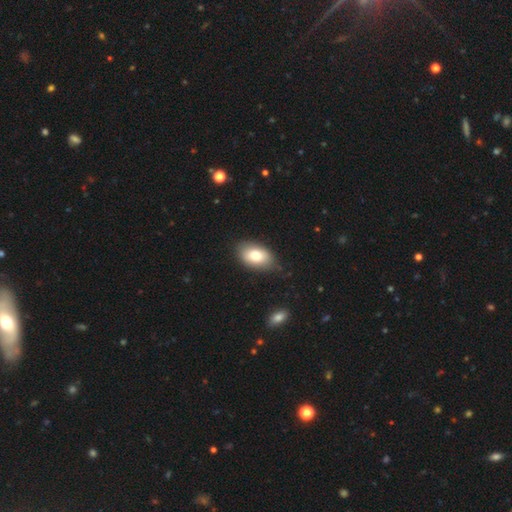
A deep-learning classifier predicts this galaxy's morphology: Smooth or featured?
  - smooth: 77% *
  - featured or disk: 16%
  - star or artifact: 7%
How rounded?
  - in between: 89% *
  - round: 10%
  - cigar-shaped: 1%
Merging?
  - none: 82% *
  - minor disturbance: 13%
  - major disturbance: 3%
  - merger: 2%